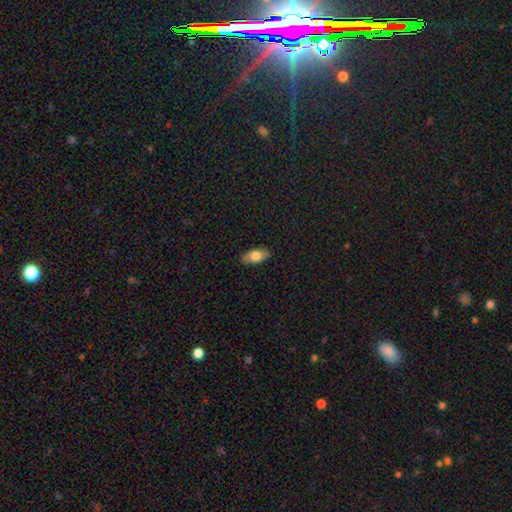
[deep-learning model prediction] This appears to be a smooth galaxy with no disk features (74%) that is in between round and cigar-shaped (89%). Merging: none (88%).